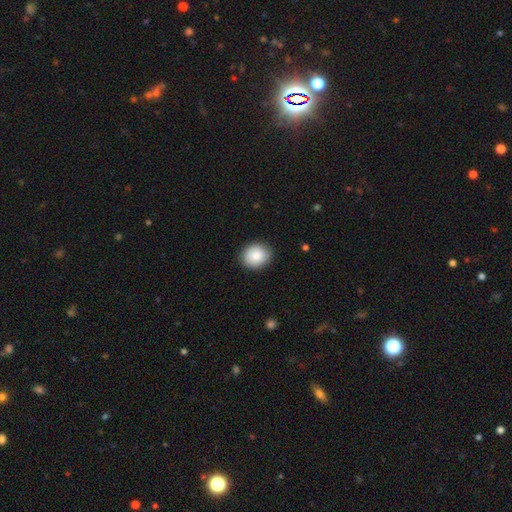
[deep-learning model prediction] Smooth or featured? smooth (87%)
How rounded? round (69%)
Merging? none (89%)